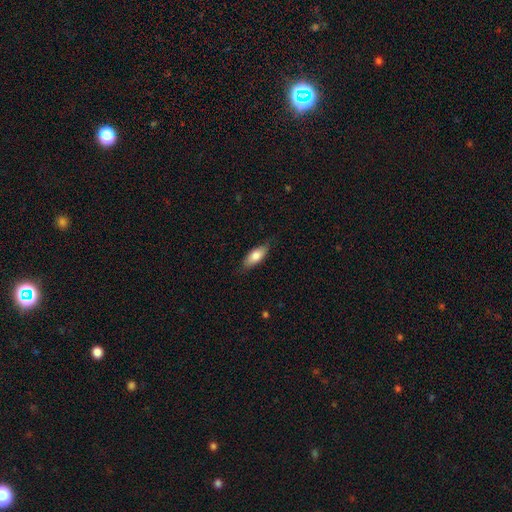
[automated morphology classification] Overall: smooth (79%). How rounded: in between (80%). Merging: none (80%).